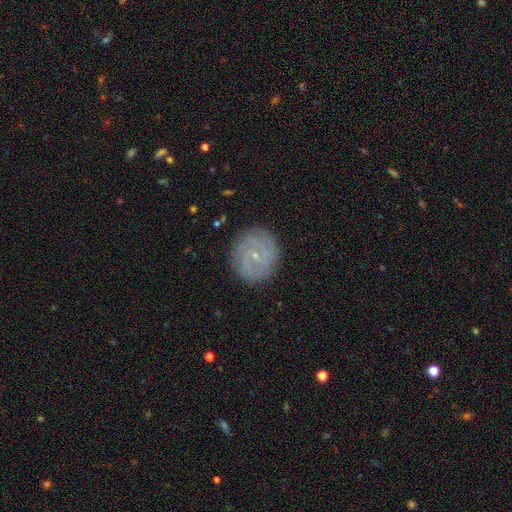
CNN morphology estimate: Overall: featured or disk (70%). Edge-on disk: no (97%). Bar: no (48%; weak 43%). Spiral arms: yes (90%). Spiral arm count: 2 (36%; can't tell 33%). Spiral winding: tight (62%; medium 29%). Bulge size: small (83%). Merging: none (85%).